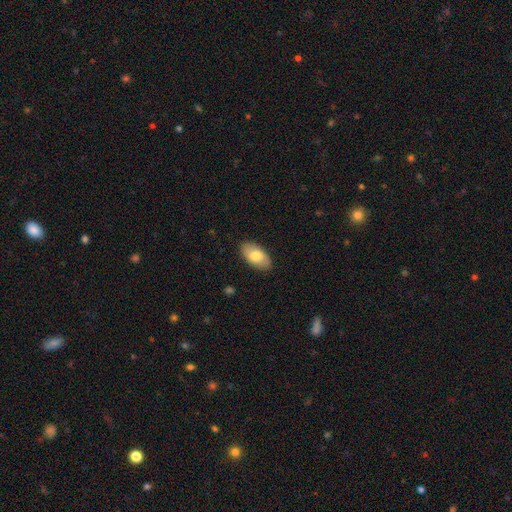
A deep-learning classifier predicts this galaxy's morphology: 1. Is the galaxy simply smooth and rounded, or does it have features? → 75% smooth, 19% featured or disk, 6% star or artifact.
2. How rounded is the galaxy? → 94% in between, 3% round, 3% cigar-shaped.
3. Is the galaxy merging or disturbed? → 88% none, 10% minor disturbance, 2% major disturbance, 1% merger.